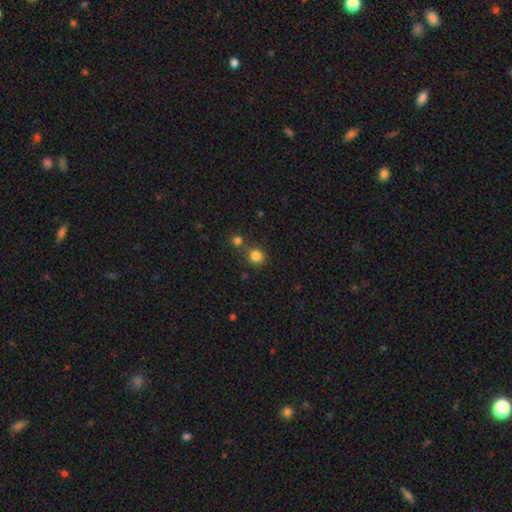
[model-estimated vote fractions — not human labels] smooth_or_featured: smooth (p=0.82) [alt: star or artifact p=0.12]
how_rounded: round (p=0.82) [alt: in between p=0.17]
merging: none (p=0.64) [alt: merger p=0.22]